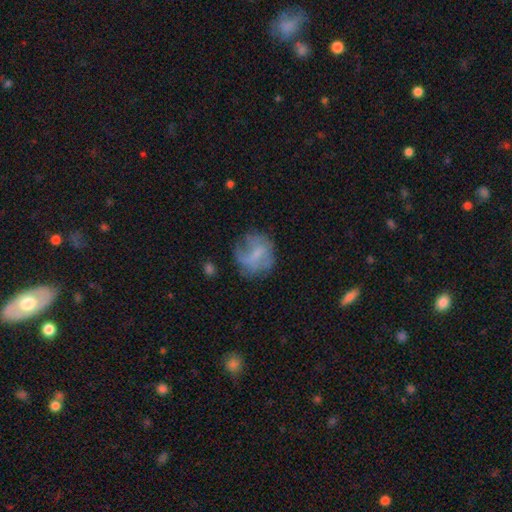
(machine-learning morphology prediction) A smooth galaxy with no disk features (47%). Merging: none (49%).